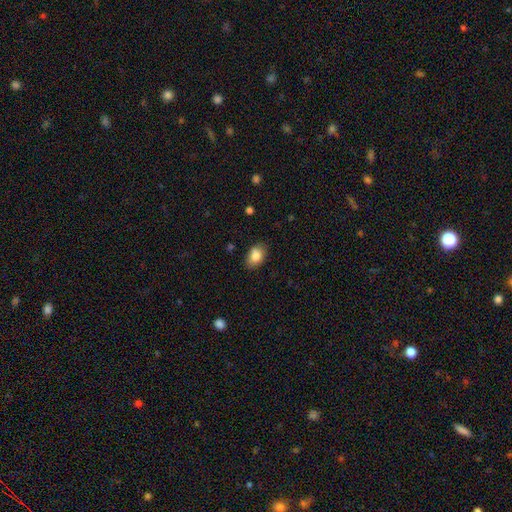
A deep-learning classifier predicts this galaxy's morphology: Smooth or featured? smooth (83%)
How rounded? in between (84%)
Merging? none (81%)